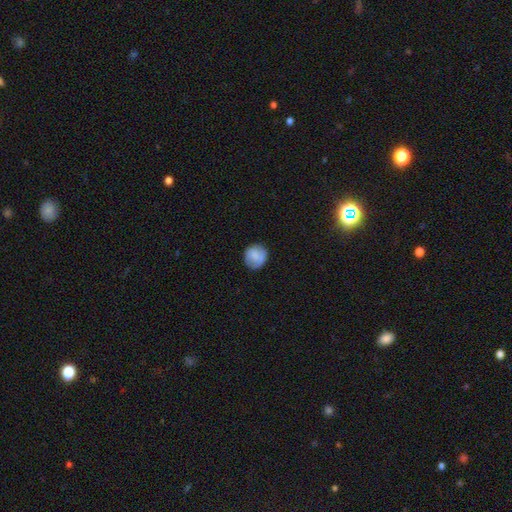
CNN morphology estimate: Smooth or featured?
  - smooth: 79% *
  - featured or disk: 14%
  - star or artifact: 8%
How rounded?
  - round: 85% *
  - in between: 14%
  - cigar-shaped: 1%
Merging?
  - none: 79% *
  - minor disturbance: 16%
  - major disturbance: 4%
  - merger: 1%